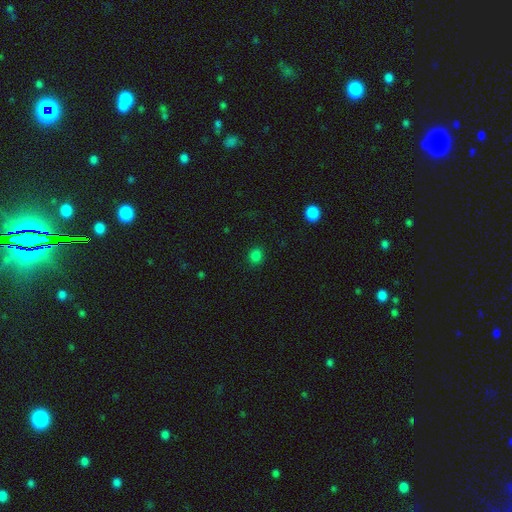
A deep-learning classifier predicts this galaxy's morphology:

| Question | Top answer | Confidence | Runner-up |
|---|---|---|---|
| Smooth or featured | smooth | 81% | star or artifact (15%) |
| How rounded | round | 70% | in between (29%) |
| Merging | none | 88% | minor disturbance (8%) |